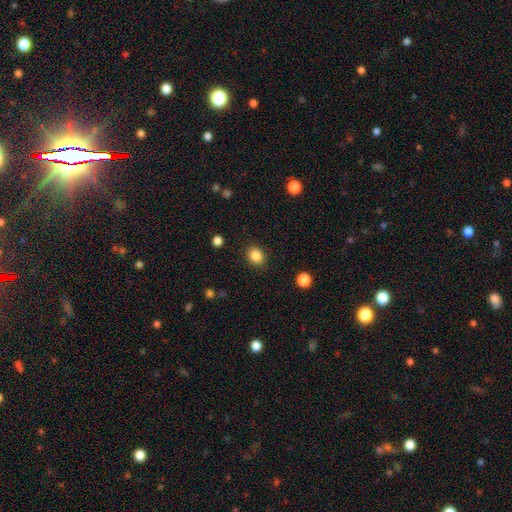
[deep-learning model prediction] Smooth or featured? Predicted: smooth (p=0.86). How rounded? Predicted: round (p=0.65). Merging? Predicted: none (p=0.87).